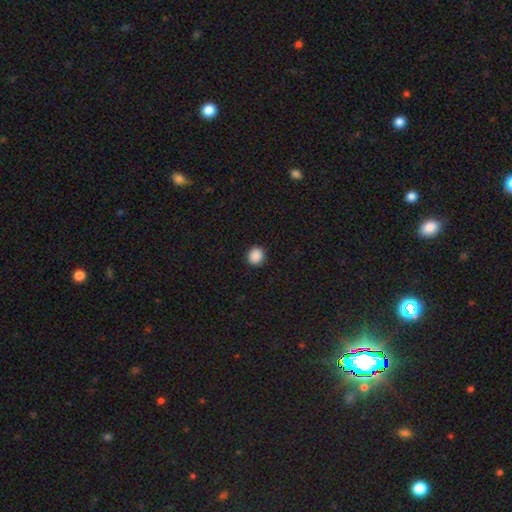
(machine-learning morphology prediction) A smooth galaxy with no disk features (89%) that is round (83%).

Vote fractions:
- Smooth or featured? smooth: 89% / star or artifact: 9% / featured or disk: 2%
- How rounded? round: 83% / in between: 16% / cigar-shaped: 1%
- Merging? none: 92% / minor disturbance: 6% / major disturbance: 2% / merger: 1%